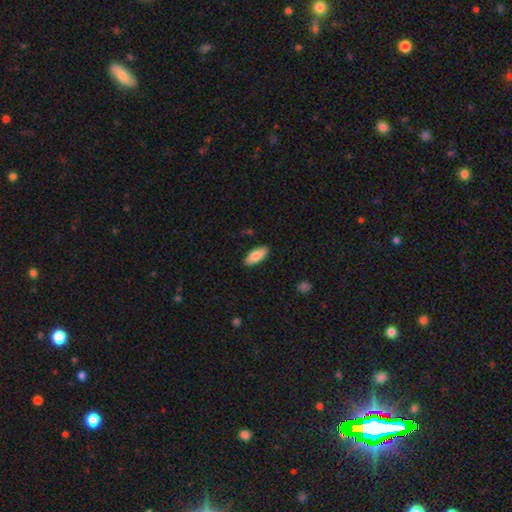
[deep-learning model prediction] smooth 80%, featured or disk 14%, star or artifact 6%. Down the decision tree: how rounded — in between (83%); merging — none (88%).